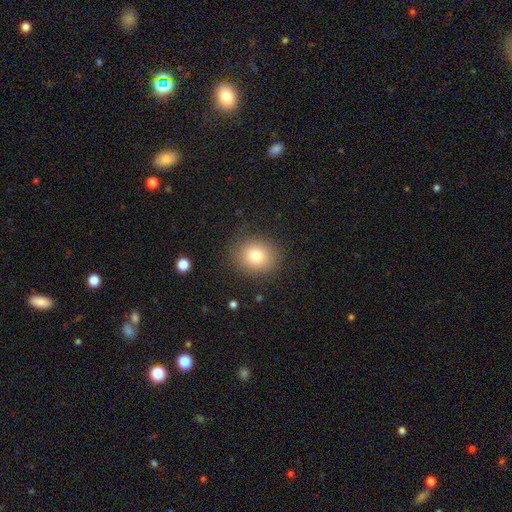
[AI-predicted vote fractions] This appears to be a smooth galaxy with no disk features (78%) that is round (72%). Merging: none (85%).